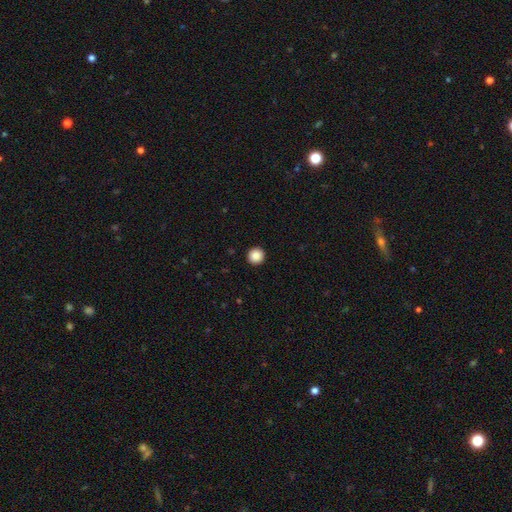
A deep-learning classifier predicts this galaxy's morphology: Smooth or featured?
  - smooth: 88% *
  - star or artifact: 9%
  - featured or disk: 3%
How rounded?
  - round: 96% *
  - in between: 3%
  - cigar-shaped: 1%
Merging?
  - none: 94% *
  - minor disturbance: 4%
  - major disturbance: 1%
  - merger: 1%